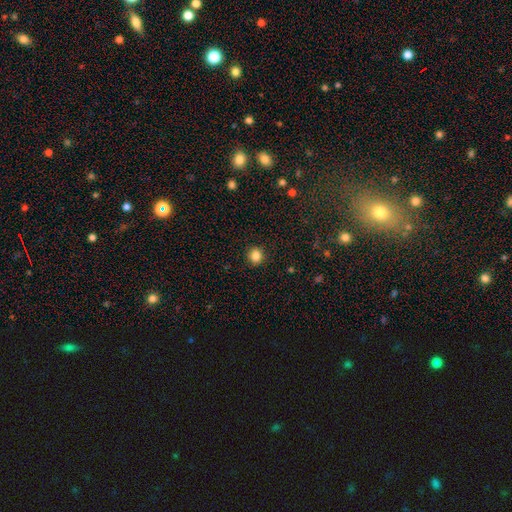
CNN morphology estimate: smooth 85%, star or artifact 11%, featured or disk 4%. Down the decision tree: how rounded — round (86%); merging — none (90%).